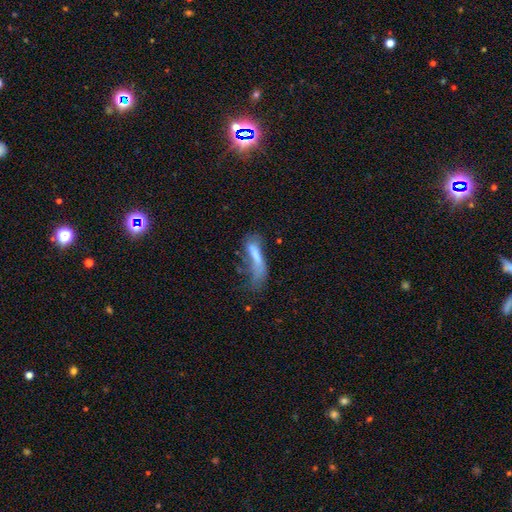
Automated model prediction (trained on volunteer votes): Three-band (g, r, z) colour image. It shows a smooth galaxy with no disk features (57%) that is cigar-shaped (62%). Merging: major disturbance (46%).